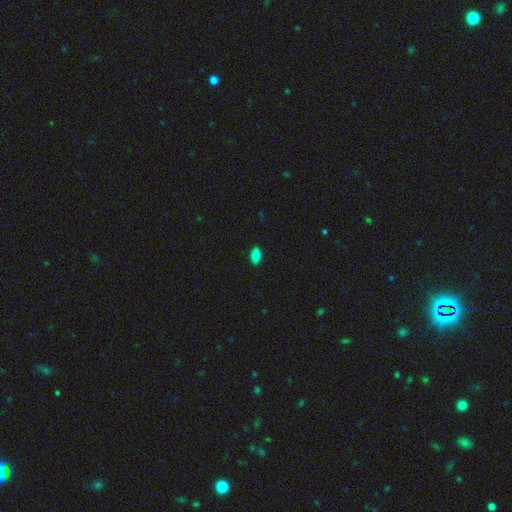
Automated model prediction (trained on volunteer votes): smooth 84%, star or artifact 9%, featured or disk 7%. Down the decision tree: how rounded — in between (91%); merging — none (89%).